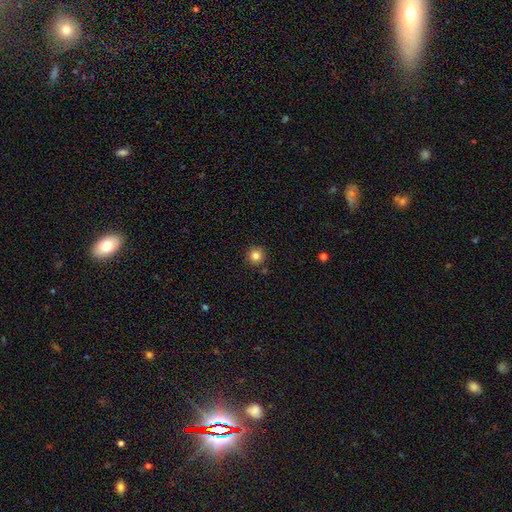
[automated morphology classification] Overall: smooth (83%). How rounded: round (95%). Merging: none (87%).